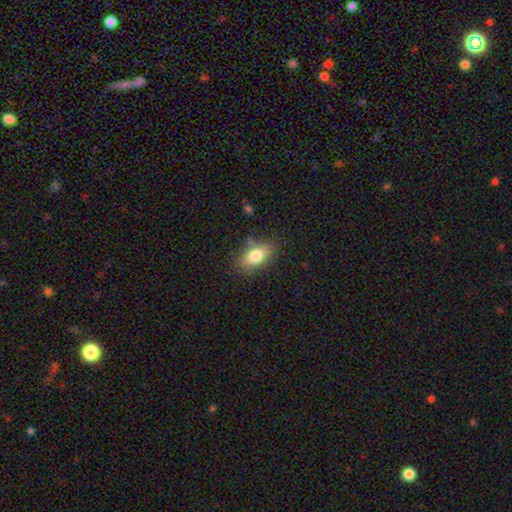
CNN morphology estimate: The model was most divided on "merging": none: 78%, minor disturbance: 16%, major disturbance: 4%, merger: 3%. More confident: how rounded — in between (87%); smooth or featured — smooth (79%).